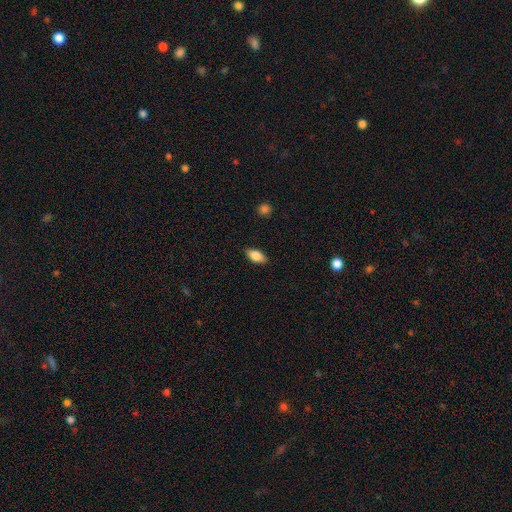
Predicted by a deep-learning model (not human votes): Overall: smooth (81%). How rounded: in between (89%). Merging: none (86%).